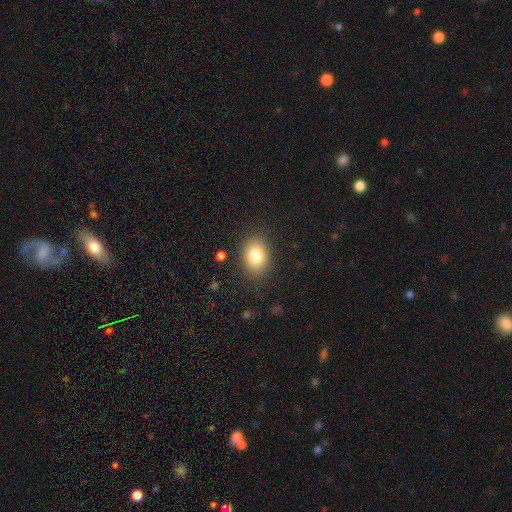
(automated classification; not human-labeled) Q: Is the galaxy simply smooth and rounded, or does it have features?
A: smooth — 81%.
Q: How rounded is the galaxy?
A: in between — 68%.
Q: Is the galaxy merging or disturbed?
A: none — 84%.